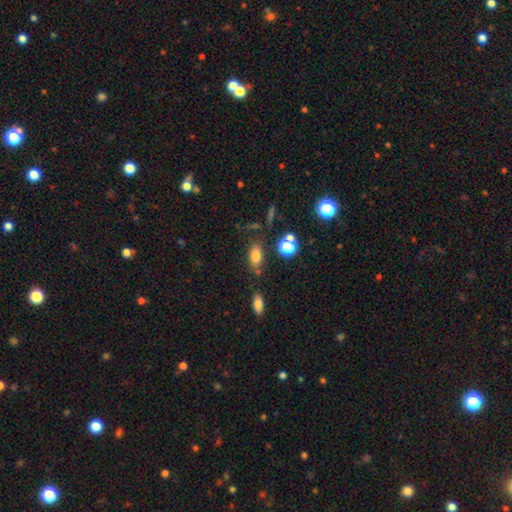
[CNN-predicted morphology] smooth-or-featured: smooth: 77% | star or artifact: 12% | featured or disk: 10%
  how-rounded: in between: 82% | round: 9% | cigar-shaped: 9%
  merging: none: 70% | minor disturbance: 15% | merger: 9% | major disturbance: 5%